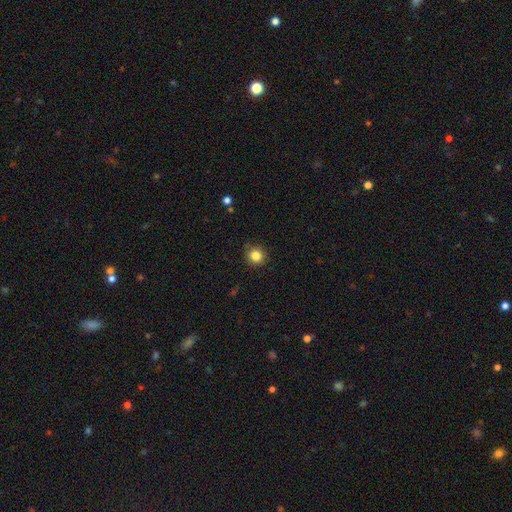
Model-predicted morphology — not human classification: smooth-or-featured: smooth: 84% | star or artifact: 11% | featured or disk: 5%
  how-rounded: round: 93% | in between: 6% | cigar-shaped: 1%
  merging: none: 89% | minor disturbance: 8% | major disturbance: 2% | merger: 1%